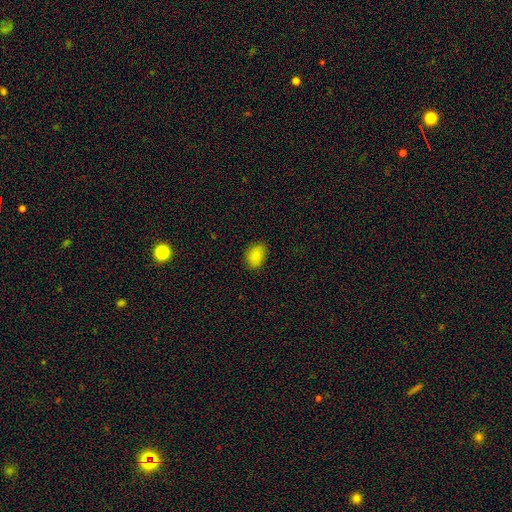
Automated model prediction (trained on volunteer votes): This appears to be a smooth galaxy with no disk features (85%) that is in between round and cigar-shaped (78%). Merging: none (84%).